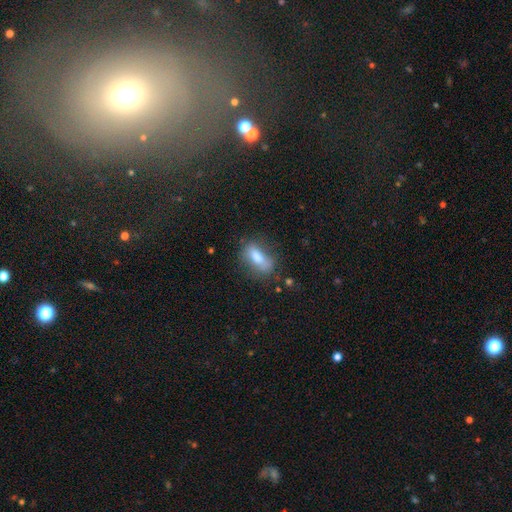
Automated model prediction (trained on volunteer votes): smooth 69%, featured or disk 19%, star or artifact 12%. Down the decision tree: how rounded — in between (77%); merging — none (58%).